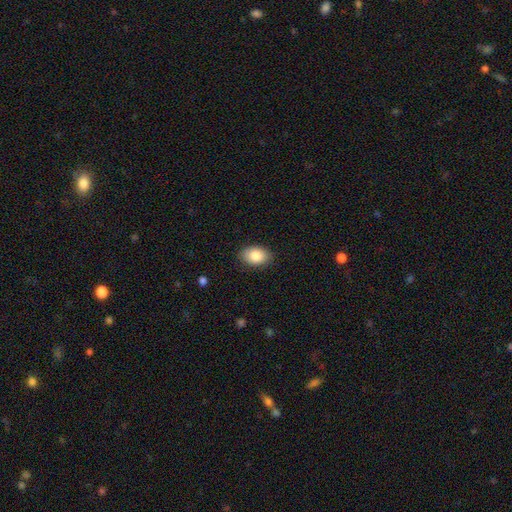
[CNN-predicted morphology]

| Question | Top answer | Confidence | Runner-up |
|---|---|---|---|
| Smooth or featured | smooth | 87% | star or artifact (7%) |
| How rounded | in between | 85% | round (14%) |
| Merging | none | 86% | minor disturbance (11%) |